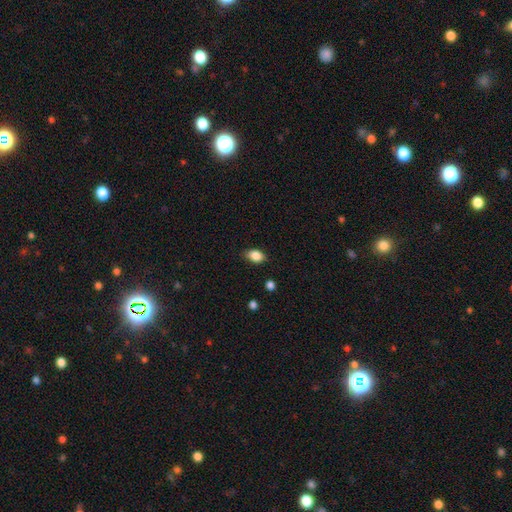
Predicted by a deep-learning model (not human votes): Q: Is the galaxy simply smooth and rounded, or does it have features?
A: smooth — 86%.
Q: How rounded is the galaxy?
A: in between — 81%.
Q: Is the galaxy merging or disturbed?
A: none — 80%.